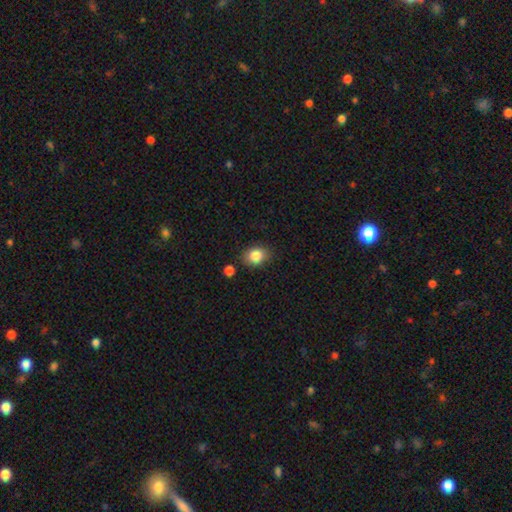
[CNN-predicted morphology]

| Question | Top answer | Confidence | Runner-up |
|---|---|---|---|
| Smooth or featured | smooth | 84% | star or artifact (9%) |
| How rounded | round | 50% | in between (49%) |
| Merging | none | 79% | minor disturbance (14%) |